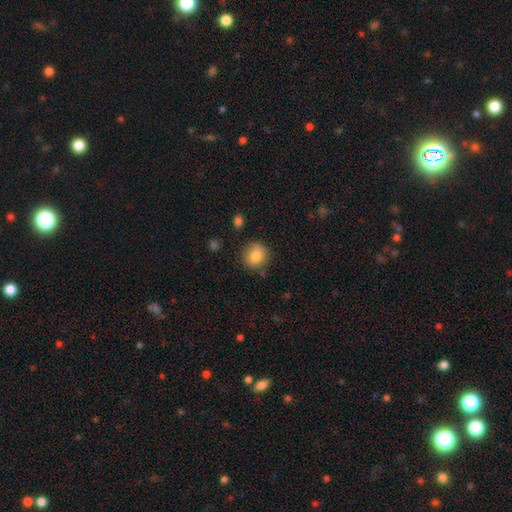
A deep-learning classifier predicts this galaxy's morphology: This is clearly a smooth galaxy (81%). How rounded: clearly round (91%). Merging: clearly none (81%).